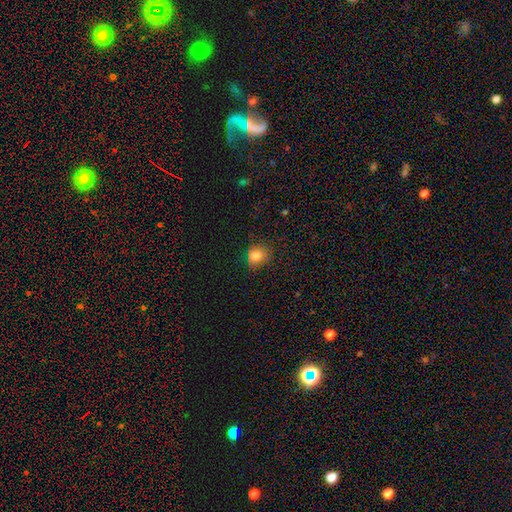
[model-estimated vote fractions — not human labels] This appears to be a smooth galaxy with no disk features (82%) that is round (72%). Merging: none (74%).